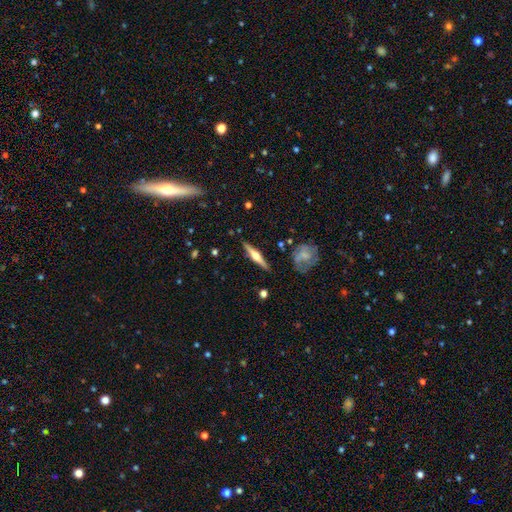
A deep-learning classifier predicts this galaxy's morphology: A featured or disk galaxy (67%) viewed edge-on (97%) with a rounded central bulge (90%). Merging: none (87%).